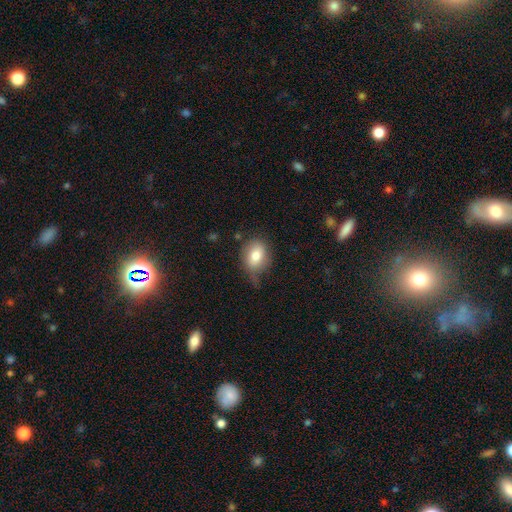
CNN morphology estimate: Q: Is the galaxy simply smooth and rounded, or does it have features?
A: smooth — 77%.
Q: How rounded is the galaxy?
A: in between — 65%.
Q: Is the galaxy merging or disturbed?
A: none — 47%.